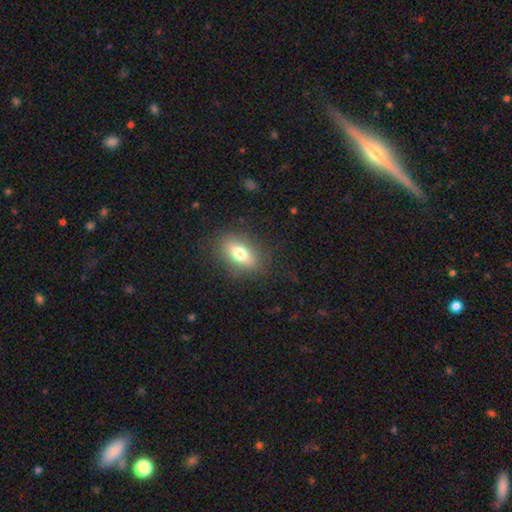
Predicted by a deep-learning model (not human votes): Q: Smooth or featured?
A: smooth (58%); runner-up: featured or disk (26%)
Q: How rounded?
A: in between (69%); runner-up: round (26%)
Q: Merging?
A: none (89%); runner-up: minor disturbance (8%)